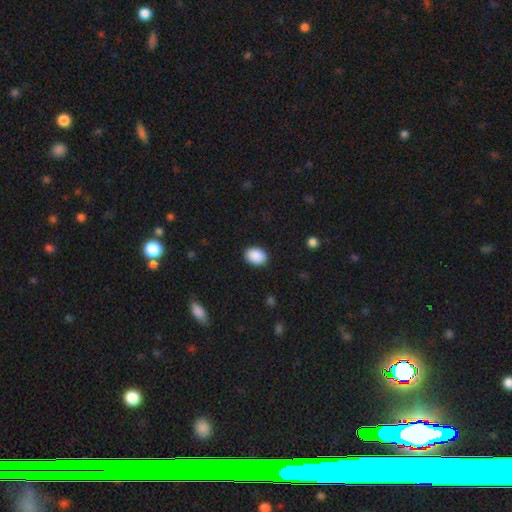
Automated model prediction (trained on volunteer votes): Smooth or featured? smooth (90%)
How rounded? in between (73%)
Merging? none (90%)